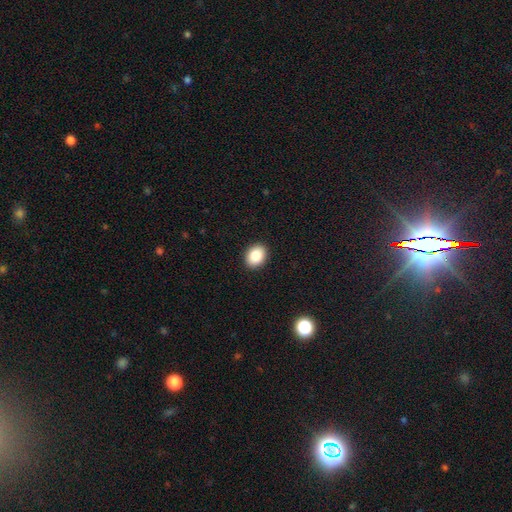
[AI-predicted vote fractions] This appears to be a smooth galaxy with no disk features (86%) that is in between round and cigar-shaped (64%). Merging: none (91%).